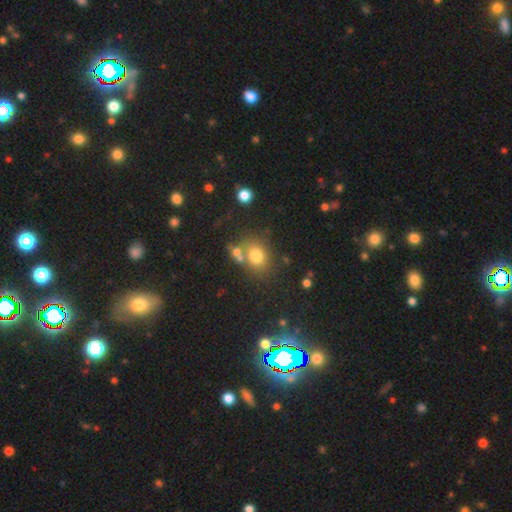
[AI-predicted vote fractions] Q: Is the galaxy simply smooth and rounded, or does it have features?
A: smooth — 74%.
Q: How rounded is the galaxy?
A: round — 59%.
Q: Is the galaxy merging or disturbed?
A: none — 61%.